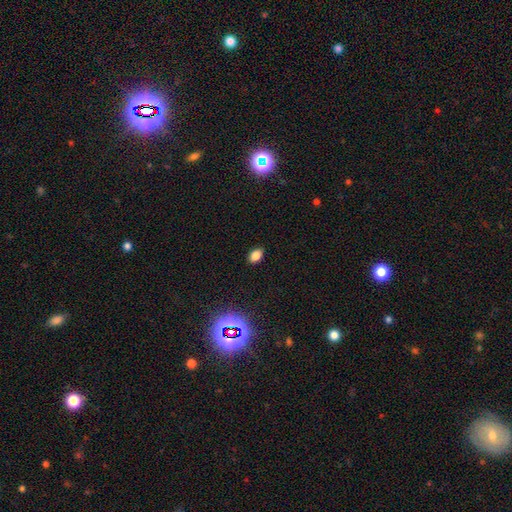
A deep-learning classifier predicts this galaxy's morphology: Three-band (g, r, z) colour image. It shows a smooth galaxy with no disk features (81%) that is in between round and cigar-shaped (85%). Merging: none (88%).